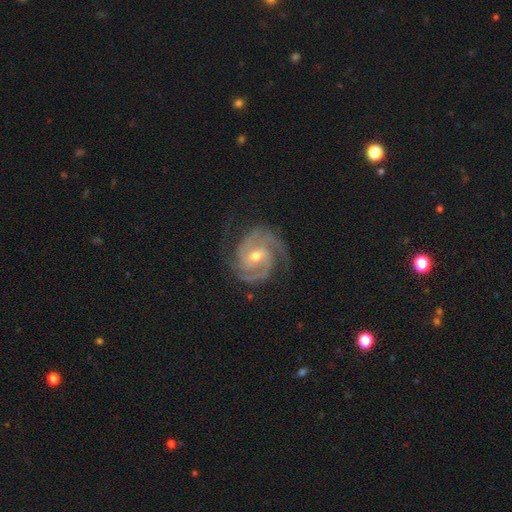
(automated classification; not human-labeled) featured or disk 93%, star or artifact 4%, smooth 3%. Down the decision tree: edge-on disk — no (98%); bar — weak (42%); spiral arms — yes (99%); spiral arm count — 2 (57%); spiral winding — tight (61%); bulge size — moderate (58%); merging — none (76%).